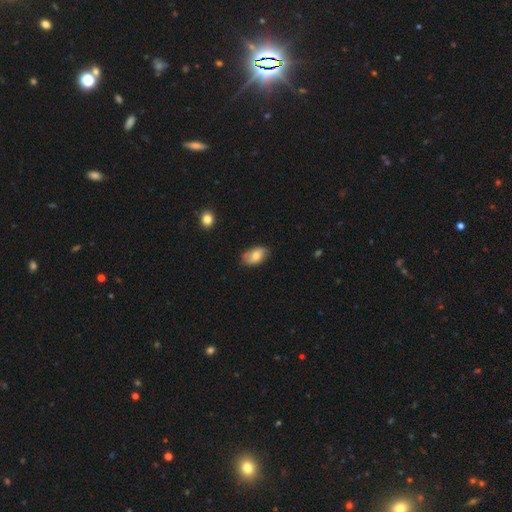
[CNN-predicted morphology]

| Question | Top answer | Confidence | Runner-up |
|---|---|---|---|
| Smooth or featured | smooth | 70% | featured or disk (22%) |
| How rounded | in between | 91% | round (7%) |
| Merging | none | 73% | minor disturbance (22%) |